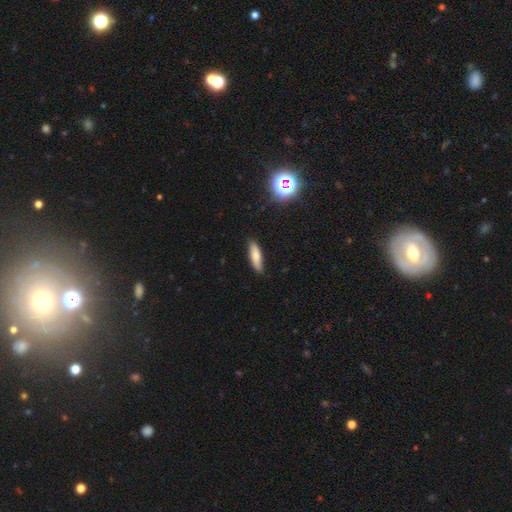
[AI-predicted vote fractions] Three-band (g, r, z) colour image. It shows a smooth galaxy with no disk features (73%) that is cigar-shaped (63%). Merging: none (85%).